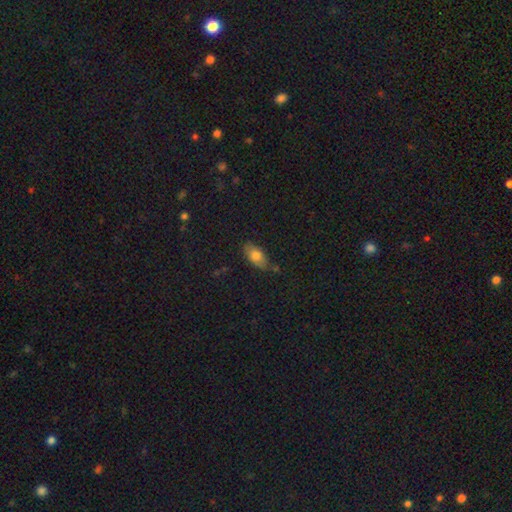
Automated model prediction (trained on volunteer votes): Overall: smooth (76%). How rounded: in between (87%). Merging: none (70%).